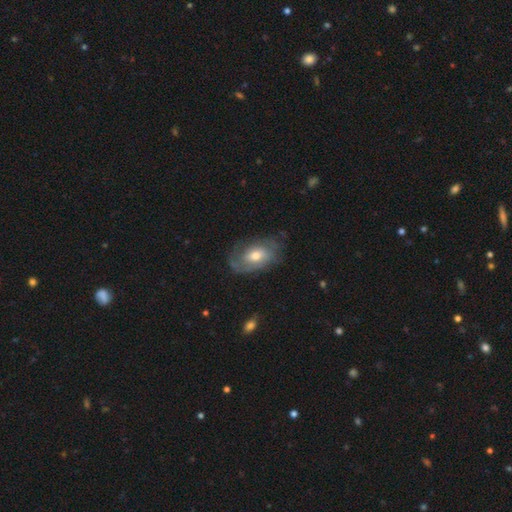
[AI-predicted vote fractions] The model was most divided on "smooth or featured": featured or disk: 59%, smooth: 34%, star or artifact: 7%. More confident: edge-on disk — no (93%); spiral arms — yes (77%); bulge size — moderate (69%); merging — none (65%); bar — no (63%).